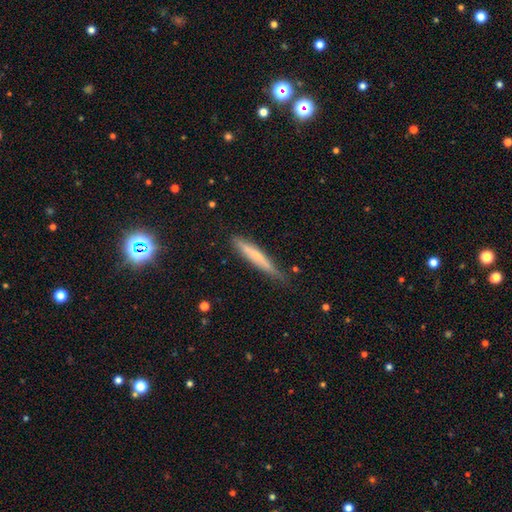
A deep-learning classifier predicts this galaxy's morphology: Q: Smooth or featured?
A: smooth (55%); runner-up: featured or disk (38%)
Q: How rounded?
A: cigar-shaped (94%); runner-up: in between (5%)
Q: Merging?
A: none (73%); runner-up: minor disturbance (21%)